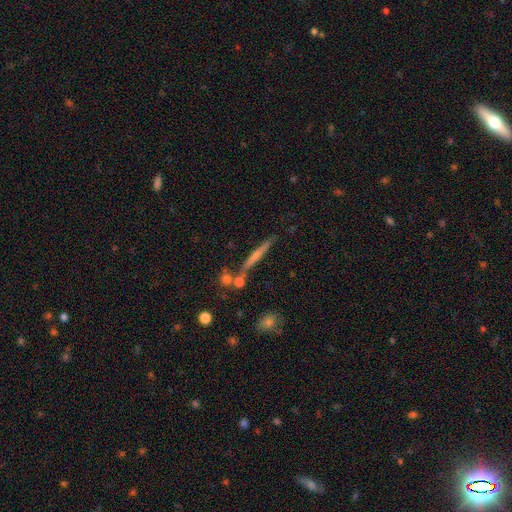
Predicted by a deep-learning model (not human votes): smooth_or_featured: featured or disk (p=0.48) [alt: smooth p=0.43]
merging: none (p=0.74) [alt: minor disturbance p=0.12]